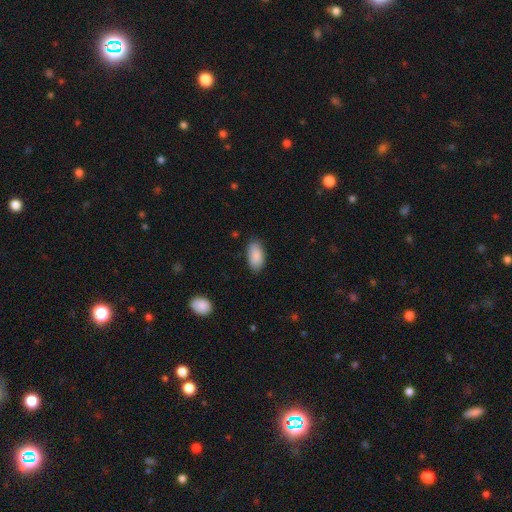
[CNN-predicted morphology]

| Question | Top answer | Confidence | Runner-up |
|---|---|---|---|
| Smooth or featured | smooth | 89% | star or artifact (6%) |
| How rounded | in between | 94% | cigar-shaped (4%) |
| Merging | none | 82% | minor disturbance (14%) |